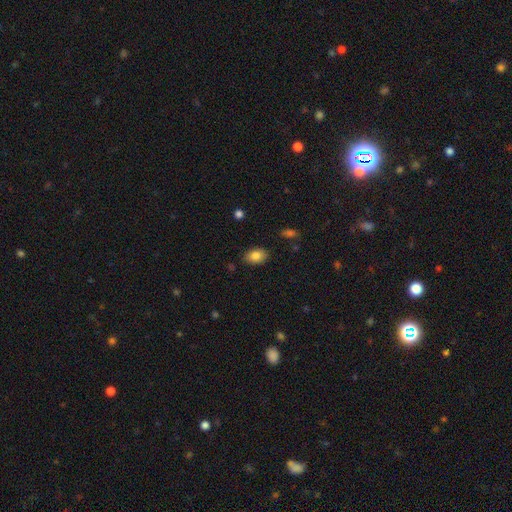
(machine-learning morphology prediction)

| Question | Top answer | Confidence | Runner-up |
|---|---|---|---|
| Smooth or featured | smooth | 84% | star or artifact (8%) |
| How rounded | in between | 85% | round (14%) |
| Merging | none | 84% | minor disturbance (12%) |